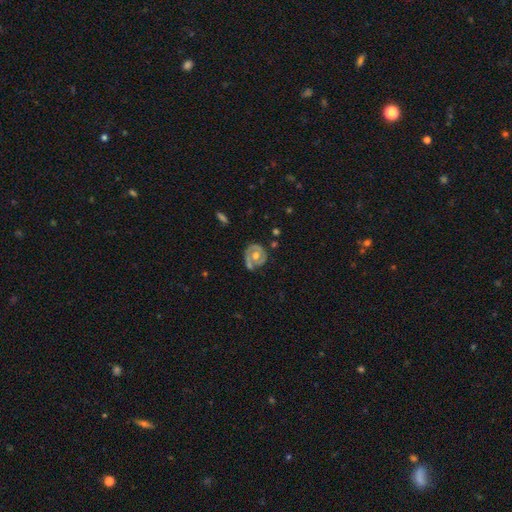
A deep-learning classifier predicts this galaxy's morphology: This appears to be a featured or disk galaxy (69%) with no bar (80%), spiral arms (59%) and a moderate central bulge (77%). Merging: none (60%).